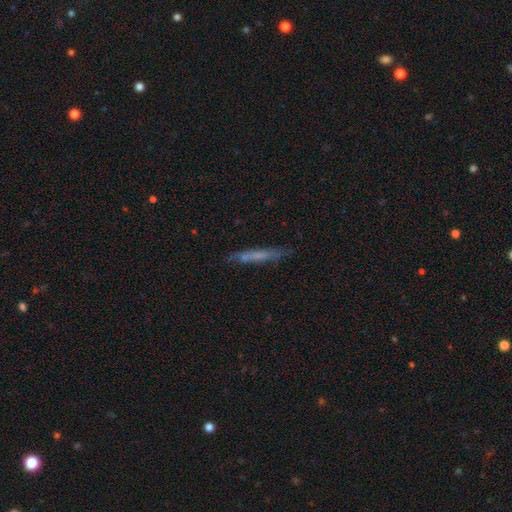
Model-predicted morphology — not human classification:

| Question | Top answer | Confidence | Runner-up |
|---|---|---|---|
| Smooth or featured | smooth | 49% | featured or disk (42%) |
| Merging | none | 78% | minor disturbance (16%) |